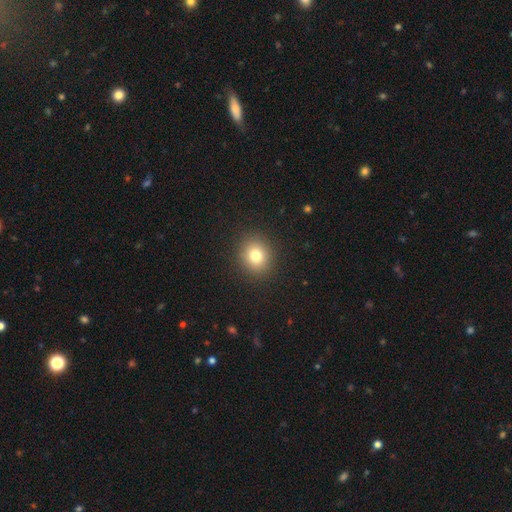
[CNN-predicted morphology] This appears to be a smooth galaxy with no disk features (79%) that is round (81%). Merging: none (91%).